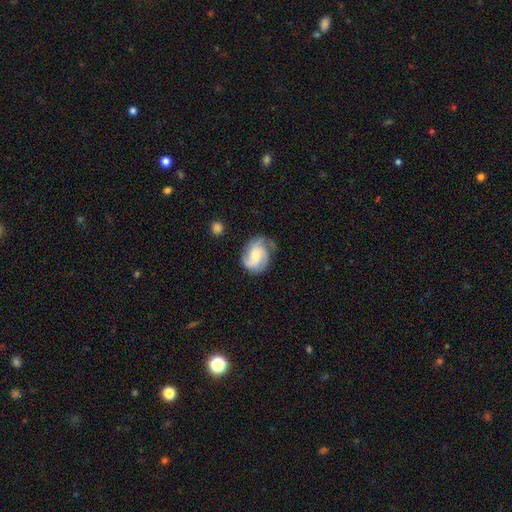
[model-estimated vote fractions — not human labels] smooth_or_featured: featured or disk (p=0.76) [alt: smooth p=0.18]
disk_edge_on: no (p=0.98) [alt: yes p=0.02]
bar: no (p=0.67) [alt: weak p=0.28]
has_spiral_arms: yes (p=0.95) [alt: no p=0.05]
spiral_winding: medium (p=0.46) [alt: tight p=0.33]
spiral_arm_count: 3 (p=0.58) [alt: 2 p=0.14]
bulge_size: moderate (p=0.48) [alt: small p=0.47]
merging: none (p=0.66) [alt: minor disturbance p=0.23]